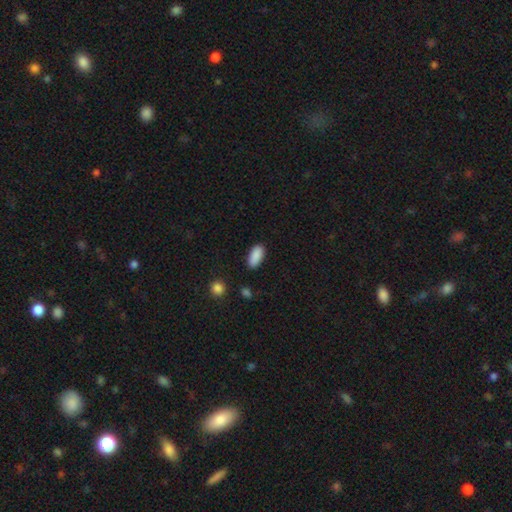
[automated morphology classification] smooth-or-featured: smooth: 90% | star or artifact: 7% | featured or disk: 3%
  how-rounded: in between: 89% | cigar-shaped: 9% | round: 2%
  merging: none: 86% | minor disturbance: 10% | major disturbance: 2% | merger: 2%